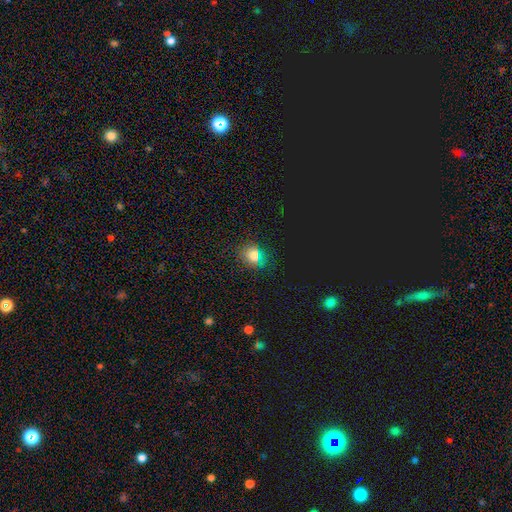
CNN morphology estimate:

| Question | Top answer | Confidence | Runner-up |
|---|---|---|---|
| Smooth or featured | smooth | 65% | star or artifact (28%) |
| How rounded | round | 64% | in between (33%) |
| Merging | none | 87% | minor disturbance (8%) |